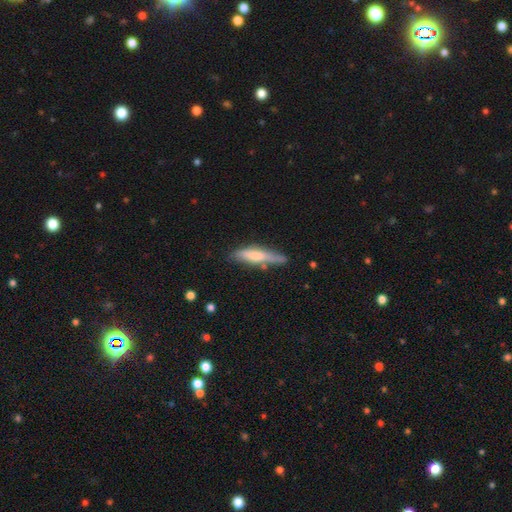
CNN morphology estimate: Overall: smooth (59%; featured or disk 35%). How rounded: cigar-shaped (80%). Merging: none (61%; minor disturbance 26%).